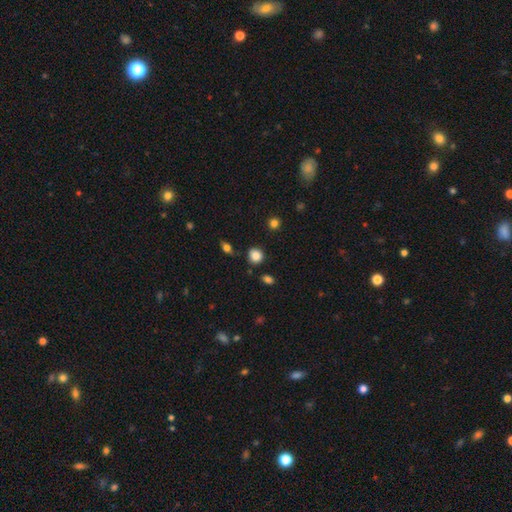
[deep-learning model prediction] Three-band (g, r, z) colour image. It shows a smooth galaxy with no disk features (85%) that is round (79%). Merging: none (82%).